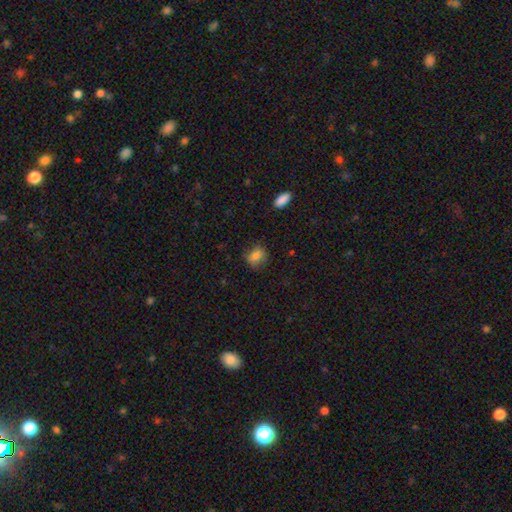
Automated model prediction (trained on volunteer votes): This appears to be a smooth galaxy with no disk features (83%) that is round (54%). Merging: none (71%).